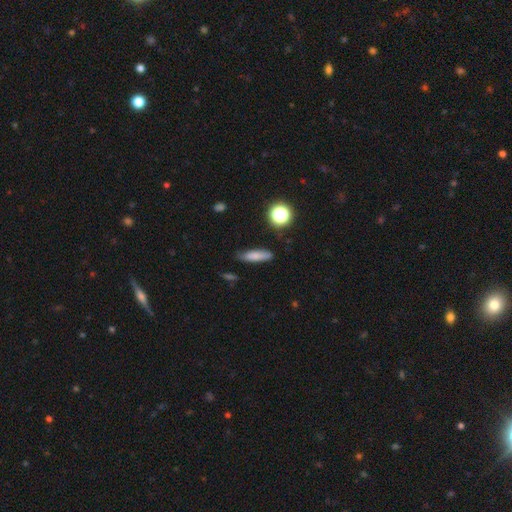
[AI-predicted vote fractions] Overall: smooth (77%). How rounded: cigar-shaped (67%; in between 29%). Merging: none (79%).